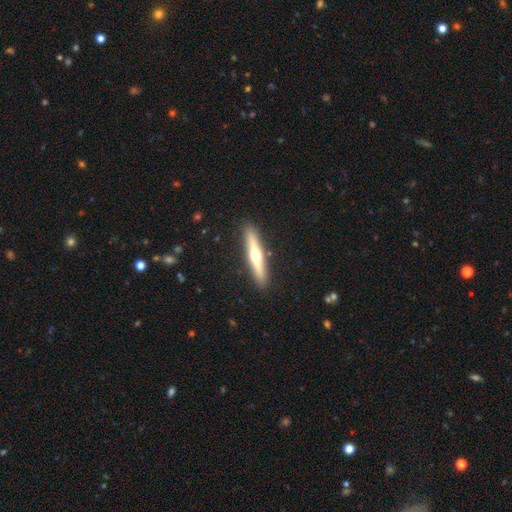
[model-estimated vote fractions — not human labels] This appears to be a featured or disk galaxy (59%) viewed edge-on (96%) with a rounded central bulge (91%). Merging: none (90%).